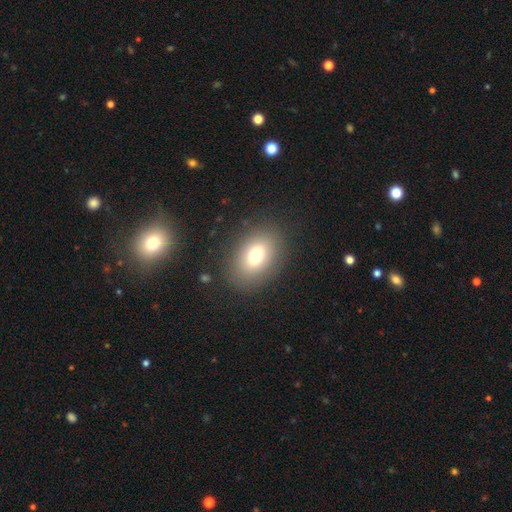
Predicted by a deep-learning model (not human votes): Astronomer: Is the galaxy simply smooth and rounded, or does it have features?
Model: smooth — 75%.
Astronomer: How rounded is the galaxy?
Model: in between — 75%.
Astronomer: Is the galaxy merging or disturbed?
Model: none — 85%.